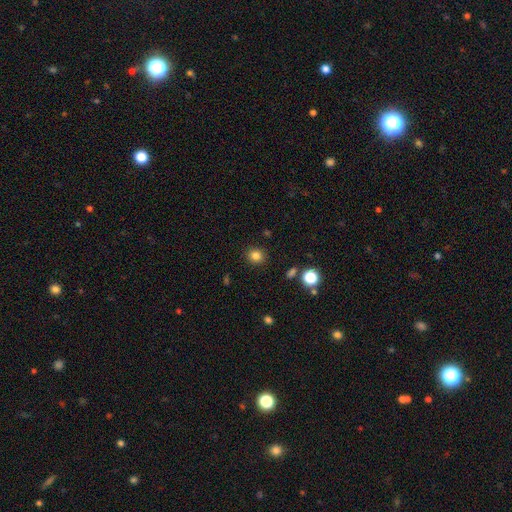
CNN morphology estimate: Smooth or featured?
  - smooth: 83% *
  - star or artifact: 12%
  - featured or disk: 5%
How rounded?
  - round: 86% *
  - in between: 13%
  - cigar-shaped: 1%
Merging?
  - none: 89% *
  - minor disturbance: 7%
  - major disturbance: 2%
  - merger: 2%